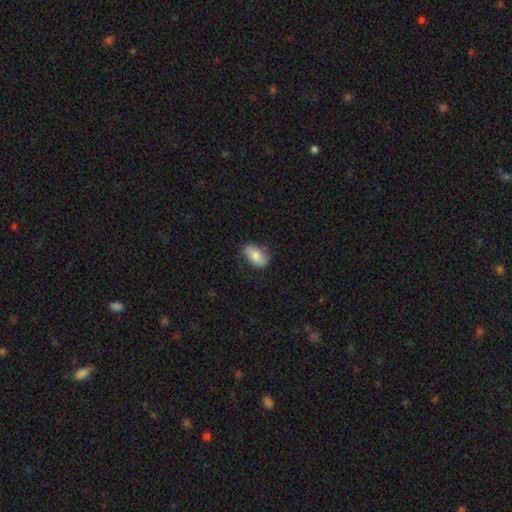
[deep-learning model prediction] This is likely a smooth galaxy (76%). How rounded: clearly in between (91%). Merging: likely none (74%).